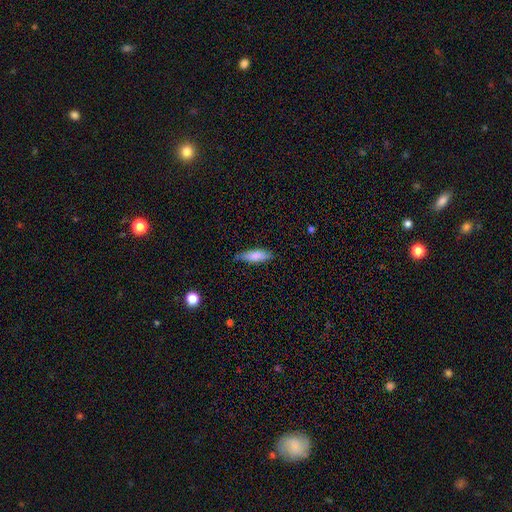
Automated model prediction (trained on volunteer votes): Morphology: type=smooth (80%); roundness=cigar-shaped (51%); merging=none (73%).